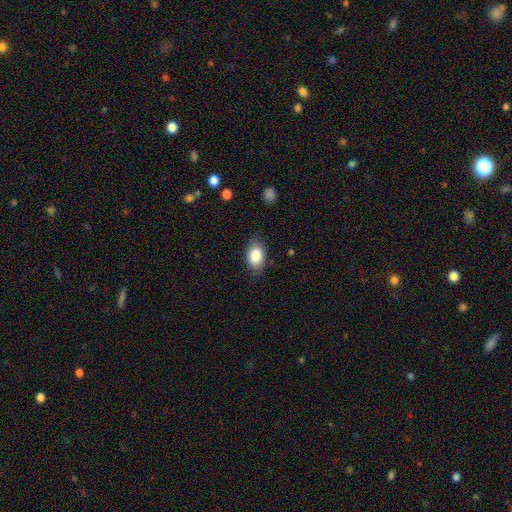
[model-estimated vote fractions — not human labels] Morphology: type=smooth (86%); roundness=in between (87%); merging=none (79%).